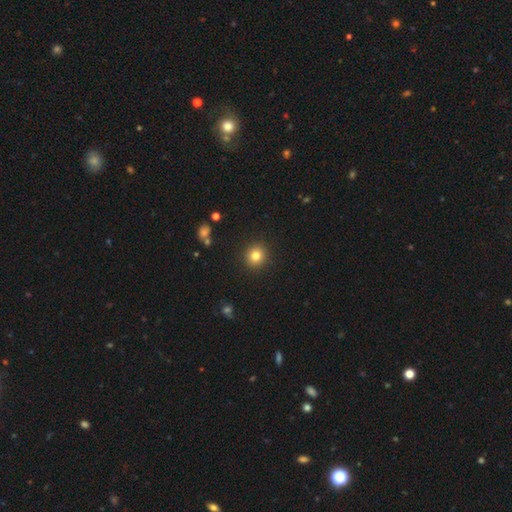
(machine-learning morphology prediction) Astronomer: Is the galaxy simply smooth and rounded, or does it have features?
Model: smooth — 82%.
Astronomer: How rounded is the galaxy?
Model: round — 90%.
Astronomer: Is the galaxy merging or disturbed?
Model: none — 91%.